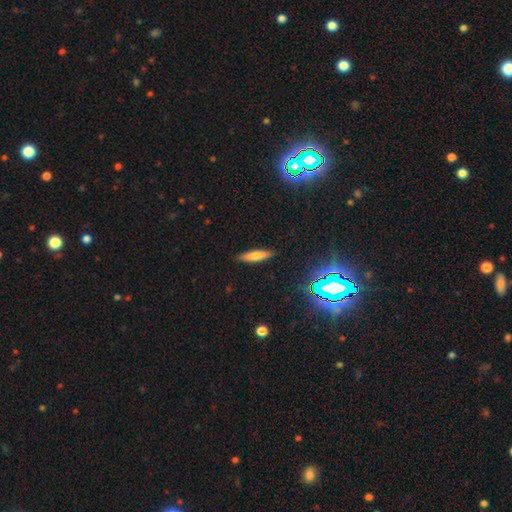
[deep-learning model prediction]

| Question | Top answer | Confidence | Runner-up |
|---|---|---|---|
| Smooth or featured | smooth | 72% | featured or disk (18%) |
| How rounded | cigar-shaped | 78% | in between (20%) |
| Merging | none | 89% | minor disturbance (8%) |